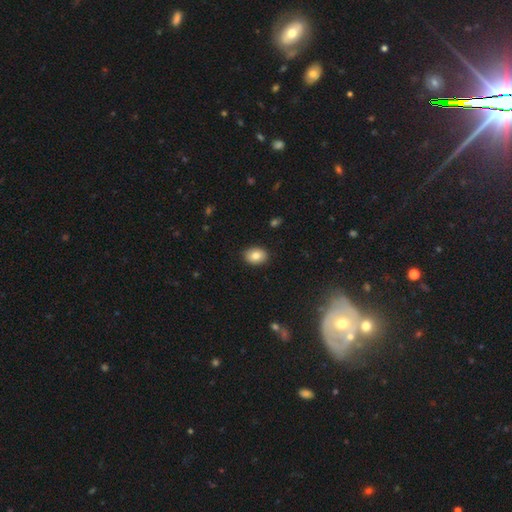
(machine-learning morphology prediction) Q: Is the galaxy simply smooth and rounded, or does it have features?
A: smooth — 83%.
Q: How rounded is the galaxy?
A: in between — 69%.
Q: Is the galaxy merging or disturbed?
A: none — 89%.